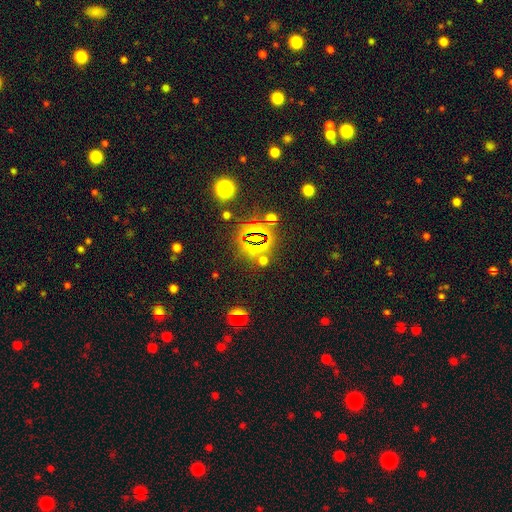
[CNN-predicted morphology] Smooth or featured?
  - star or artifact: 73% *
  - smooth: 16%
  - featured or disk: 10%